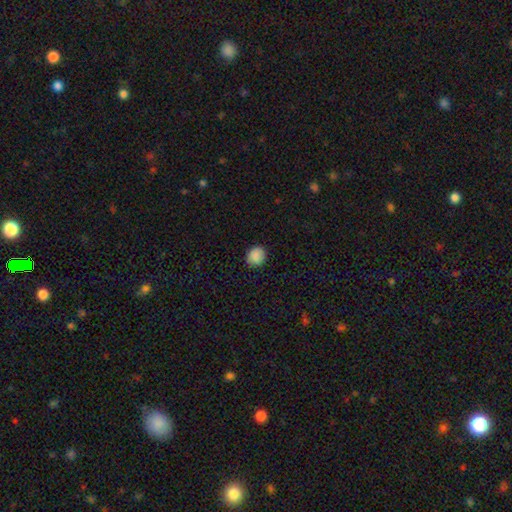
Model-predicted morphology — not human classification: A smooth galaxy with no disk features (88%) that is round (80%).

Vote fractions:
- Smooth or featured? smooth: 88% / star or artifact: 9% / featured or disk: 3%
- How rounded? round: 80% / in between: 19% / cigar-shaped: 1%
- Merging? none: 87% / minor disturbance: 9% / major disturbance: 2% / merger: 1%